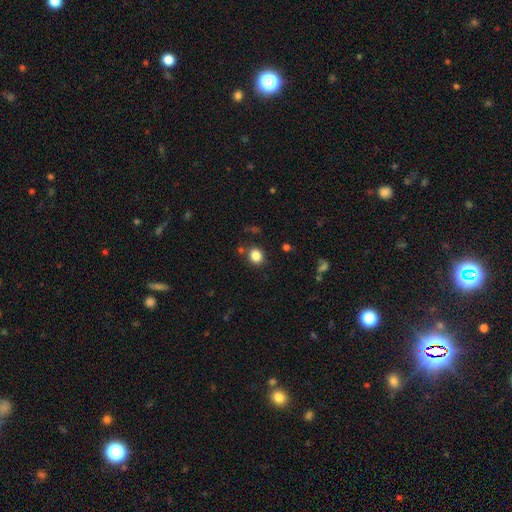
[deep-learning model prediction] A smooth galaxy with no disk features (84%) that is round (71%).

Vote fractions:
- Smooth or featured? smooth: 84% / star or artifact: 11% / featured or disk: 5%
- How rounded? round: 71% / in between: 29% / cigar-shaped: 1%
- Merging? none: 83% / minor disturbance: 10% / merger: 4% / major disturbance: 3%